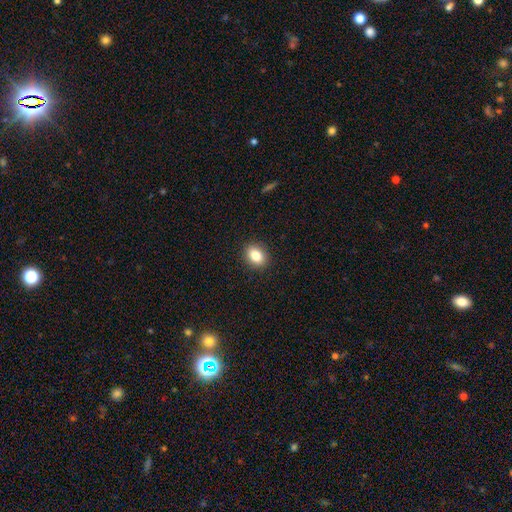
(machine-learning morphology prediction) Smooth or featured?
  - smooth: 83% *
  - star or artifact: 9%
  - featured or disk: 7%
How rounded?
  - in between: 63% *
  - round: 36%
  - cigar-shaped: 1%
Merging?
  - none: 90% *
  - minor disturbance: 7%
  - major disturbance: 2%
  - merger: 1%